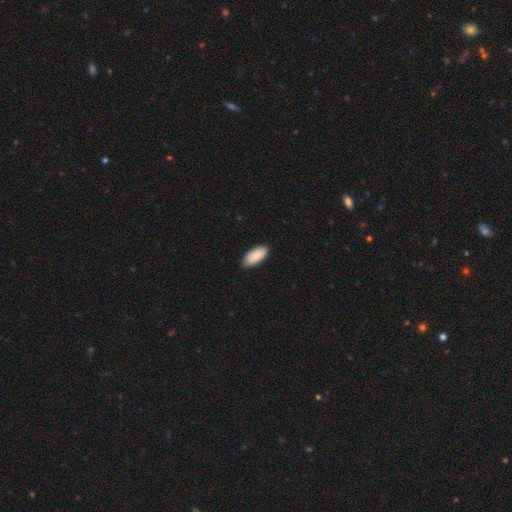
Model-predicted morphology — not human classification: Smooth or featured: smooth — 90% (star or artifact — 5%)
How rounded: in between — 91% (cigar-shaped — 7%)
Merging: none — 86% (minor disturbance — 11%)